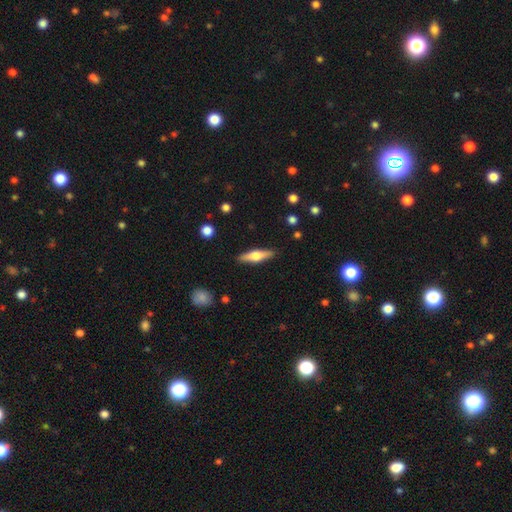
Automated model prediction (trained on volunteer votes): A featured or disk galaxy (50%).

Vote fractions:
- Smooth or featured? featured or disk: 50% / smooth: 44% / star or artifact: 6%
- Merging? none: 88% / minor disturbance: 8% / major disturbance: 2% / merger: 1%